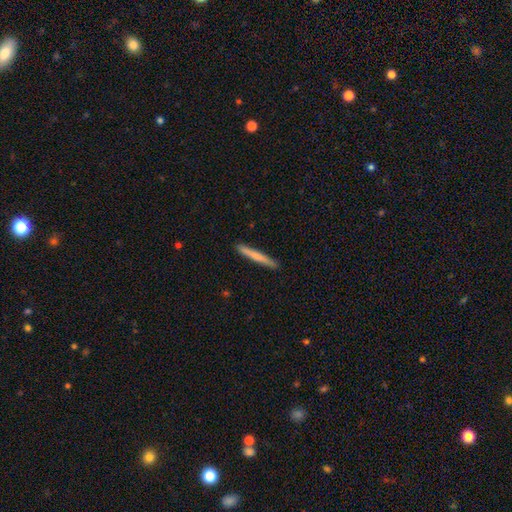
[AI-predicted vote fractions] A smooth galaxy with no disk features (69%) that is cigar-shaped (96%). Merging: none (91%).